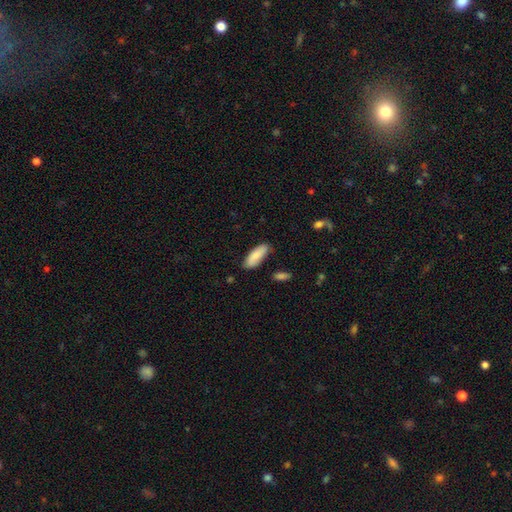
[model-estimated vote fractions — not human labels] Smooth or featured? smooth (86%)
How rounded? in between (70%)
Merging? none (81%)